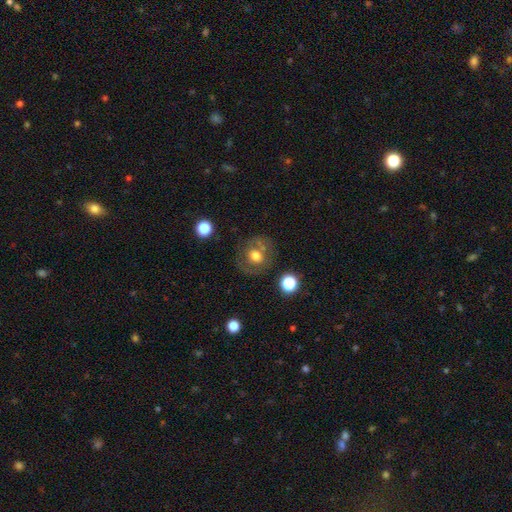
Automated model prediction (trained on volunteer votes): Smooth or featured: smooth — 53% (featured or disk — 36%)
How rounded: round — 76% (in between — 23%)
Merging: none — 70% (minor disturbance — 15%)